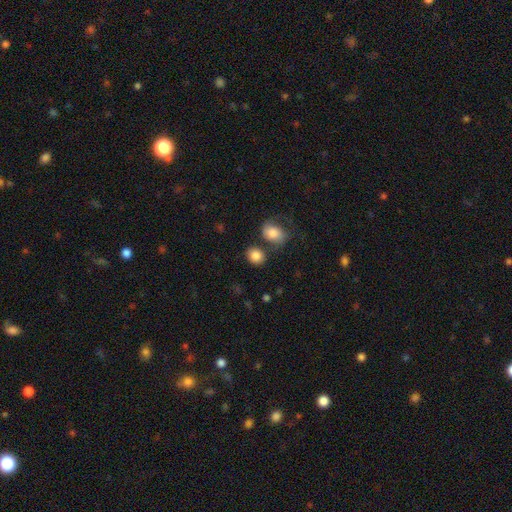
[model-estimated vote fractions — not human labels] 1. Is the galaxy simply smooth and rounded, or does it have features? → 85% smooth, 9% star or artifact, 7% featured or disk.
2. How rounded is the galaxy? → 57% round, 42% in between, 1% cigar-shaped.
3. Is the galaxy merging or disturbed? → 66% none, 18% merger, 12% minor disturbance, 4% major disturbance.